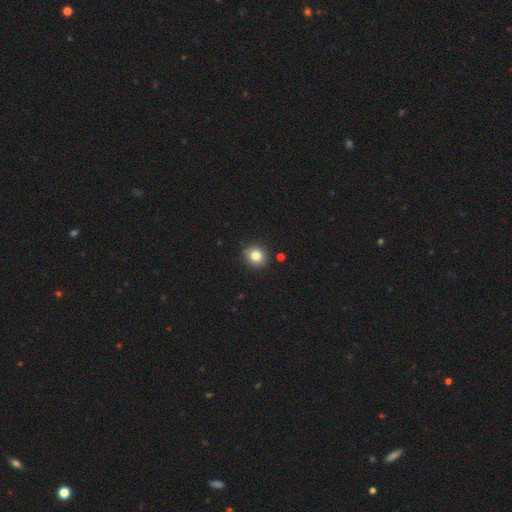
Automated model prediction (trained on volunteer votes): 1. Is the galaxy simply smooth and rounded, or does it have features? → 82% smooth, 11% star or artifact, 7% featured or disk.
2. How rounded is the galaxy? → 81% round, 18% in between, 1% cigar-shaped.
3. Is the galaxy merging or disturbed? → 87% none, 9% minor disturbance, 2% merger, 2% major disturbance.